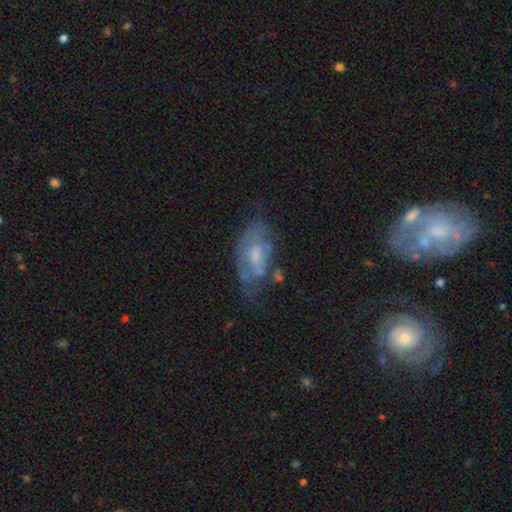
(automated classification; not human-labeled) Morphology: type=featured or disk (53%); edge-on=no (91%); merging=none (42%).